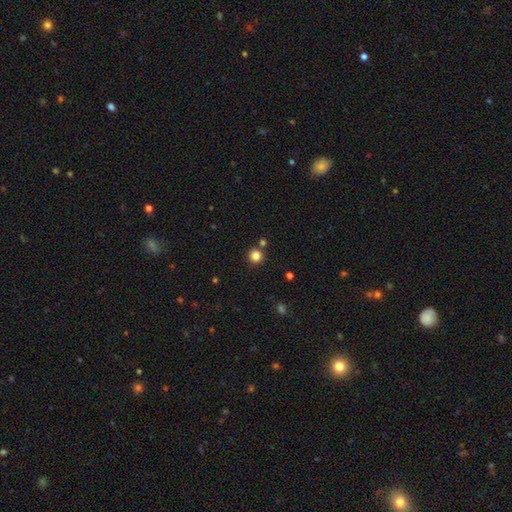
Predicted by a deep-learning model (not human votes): Smooth or featured: smooth — 83% (star or artifact — 13%)
How rounded: round — 94% (in between — 5%)
Merging: none — 82% (merger — 9%)